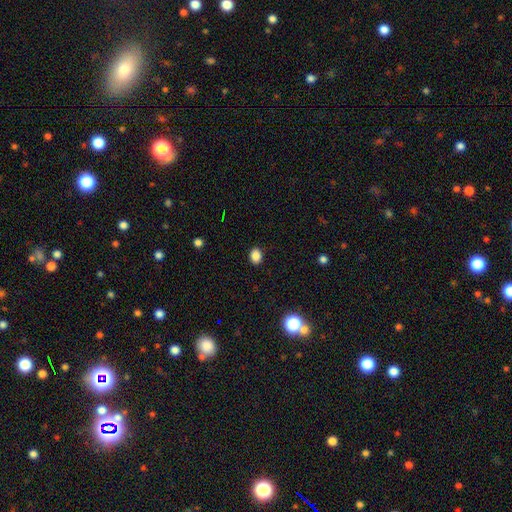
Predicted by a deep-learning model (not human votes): smooth 86%, star or artifact 11%, featured or disk 3%. Down the decision tree: how rounded — in between (53%); merging — none (89%).